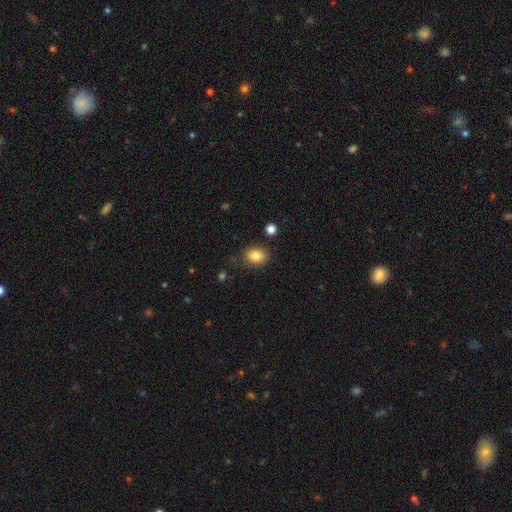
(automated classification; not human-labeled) smooth_or_featured: smooth (p=0.84) [alt: star or artifact p=0.09]
how_rounded: in between (p=0.60) [alt: round p=0.39]
merging: none (p=0.82) [alt: minor disturbance p=0.12]